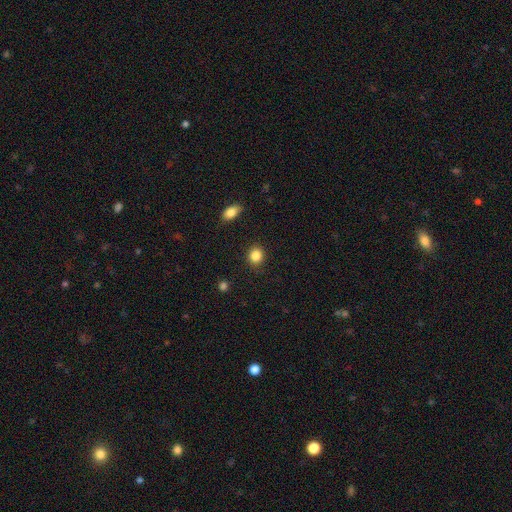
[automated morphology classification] Q: Smooth or featured?
A: smooth (86%); runner-up: star or artifact (10%)
Q: How rounded?
A: round (75%); runner-up: in between (24%)
Q: Merging?
A: none (88%); runner-up: minor disturbance (8%)